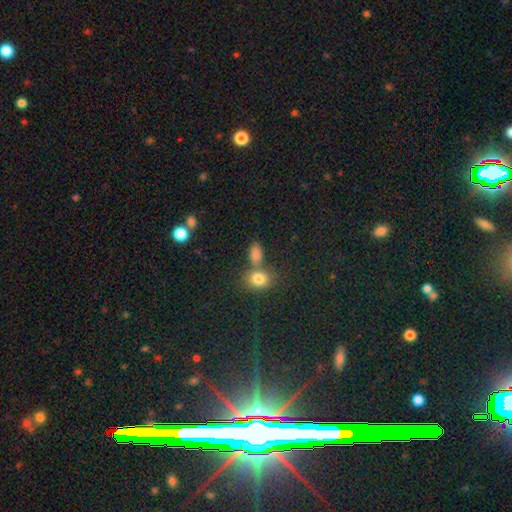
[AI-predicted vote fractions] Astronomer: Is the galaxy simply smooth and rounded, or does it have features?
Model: smooth — 74%.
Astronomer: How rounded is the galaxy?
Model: in between — 65%.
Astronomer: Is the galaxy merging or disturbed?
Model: none — 51% (runner-up: merger, 35%).